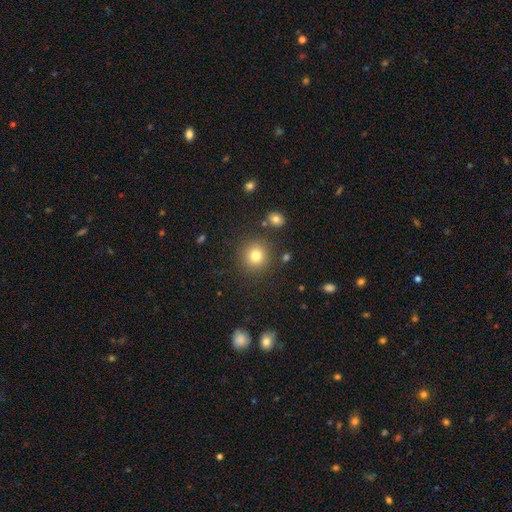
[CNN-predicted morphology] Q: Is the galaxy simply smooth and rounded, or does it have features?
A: smooth — 79%.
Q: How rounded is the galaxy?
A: round — 93%.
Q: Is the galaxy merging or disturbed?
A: none — 87%.